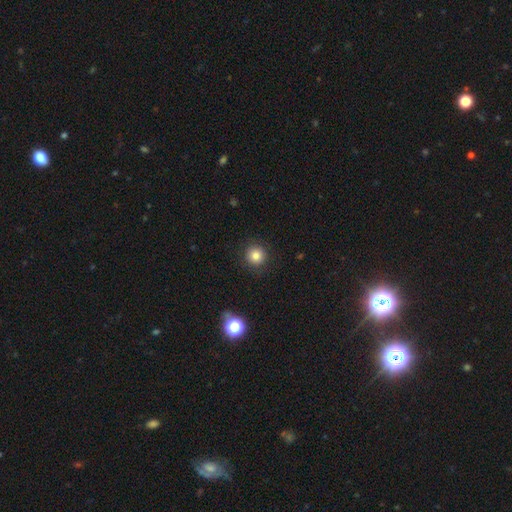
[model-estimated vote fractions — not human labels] Smooth or featured? Predicted: smooth (p=0.81). How rounded? Predicted: round (p=0.94). Merging? Predicted: none (p=0.90).